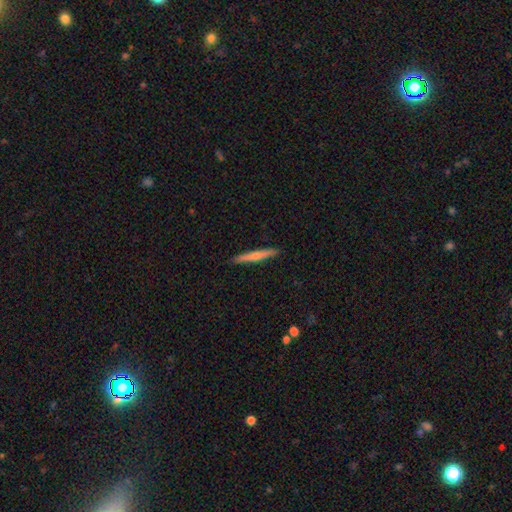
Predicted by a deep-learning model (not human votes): A smooth galaxy with no disk features (53%) that is cigar-shaped (95%). Merging: none (91%).